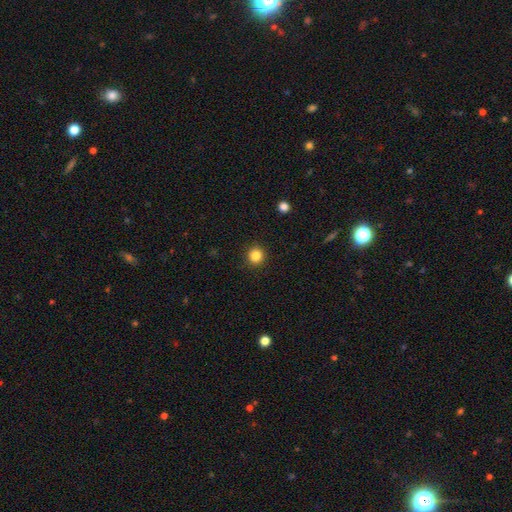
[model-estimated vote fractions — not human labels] Morphology: type=smooth (84%); roundness=round (94%); merging=none (92%).